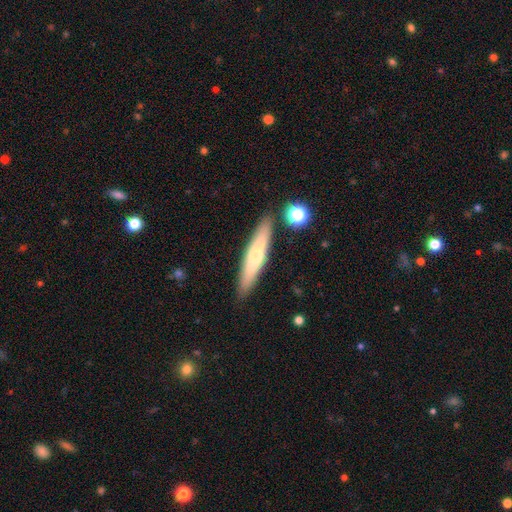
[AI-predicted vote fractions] This appears to be a smooth galaxy with no disk features (55%) that is cigar-shaped (84%). Merging: none (85%).